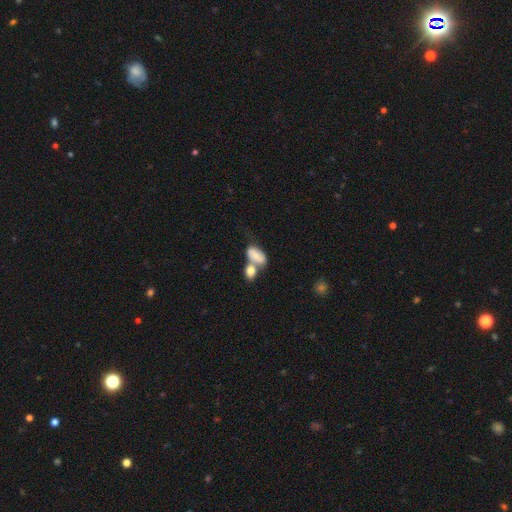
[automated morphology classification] Smooth or featured? smooth (72%)
How rounded? in between (89%)
Merging? merger (62%)